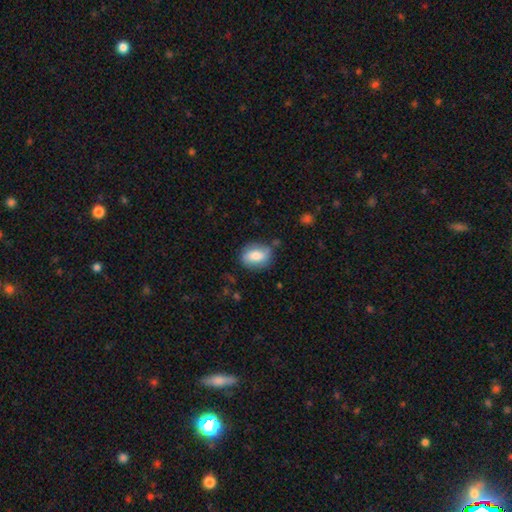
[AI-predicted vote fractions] smooth_or_featured: smooth (p=0.67) [alt: featured or disk p=0.26]
how_rounded: in between (p=0.76) [alt: round p=0.23]
merging: none (p=0.69) [alt: minor disturbance p=0.22]